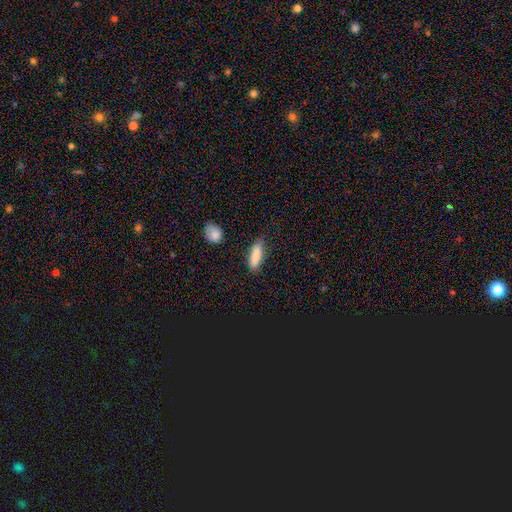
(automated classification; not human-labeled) smooth_or_featured: smooth (p=0.85) [alt: featured or disk p=0.08]
how_rounded: cigar-shaped (p=0.54) [alt: in between p=0.44]
merging: none (p=0.78) [alt: minor disturbance p=0.16]